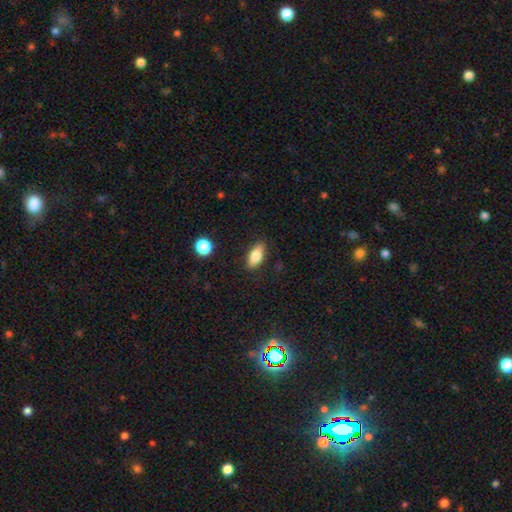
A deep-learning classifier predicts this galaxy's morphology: The model was most divided on "how rounded": in between: 83%, cigar-shaped: 13%, round: 4%. More confident: merging — none (85%); smooth or featured — smooth (81%).